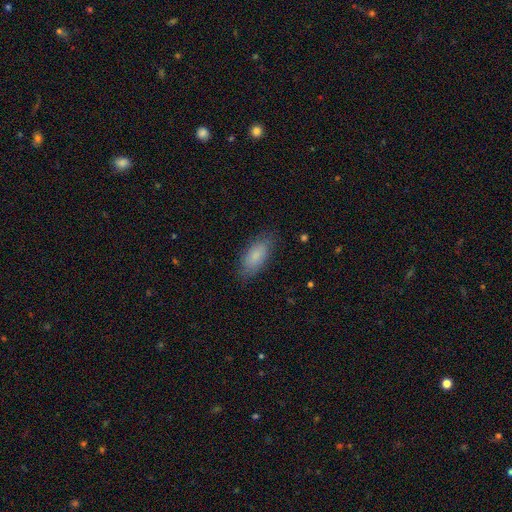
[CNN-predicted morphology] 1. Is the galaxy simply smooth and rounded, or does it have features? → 82% smooth, 12% featured or disk, 6% star or artifact.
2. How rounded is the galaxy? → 85% in between, 12% cigar-shaped, 2% round.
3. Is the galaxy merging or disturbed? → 81% none, 14% minor disturbance, 3% major disturbance, 1% merger.